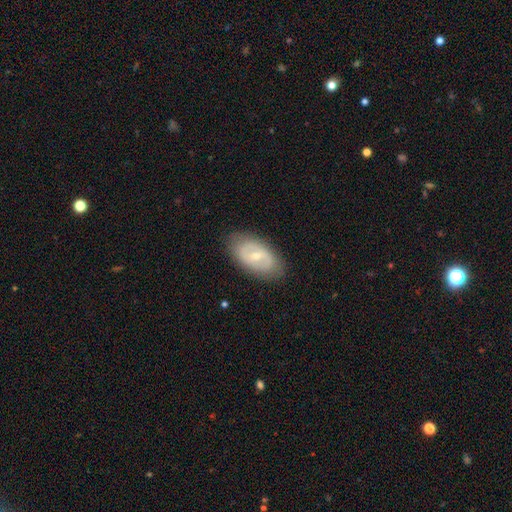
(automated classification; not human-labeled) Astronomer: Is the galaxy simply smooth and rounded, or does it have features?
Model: featured or disk — 65%.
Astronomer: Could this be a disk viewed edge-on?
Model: no — 93%.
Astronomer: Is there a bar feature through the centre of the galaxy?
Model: weak — 46% (runner-up: no, 28%).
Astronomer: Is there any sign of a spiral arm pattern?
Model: yes — 55% (runner-up: no, 45%).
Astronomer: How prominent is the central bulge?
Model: small — 58% (runner-up: moderate, 38%).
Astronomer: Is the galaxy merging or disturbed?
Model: none — 84%.